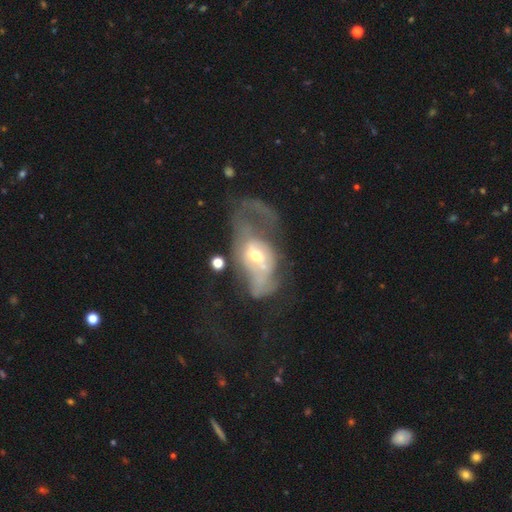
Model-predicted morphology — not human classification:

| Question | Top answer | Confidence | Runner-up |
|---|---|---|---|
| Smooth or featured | featured or disk | 62% | smooth (30%) |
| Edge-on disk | no | 94% | yes (6%) |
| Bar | no | 66% | weak (25%) |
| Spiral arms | no | 62% | yes (38%) |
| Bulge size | moderate | 67% | small (18%) |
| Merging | major disturbance | 61% | merger (14%) |